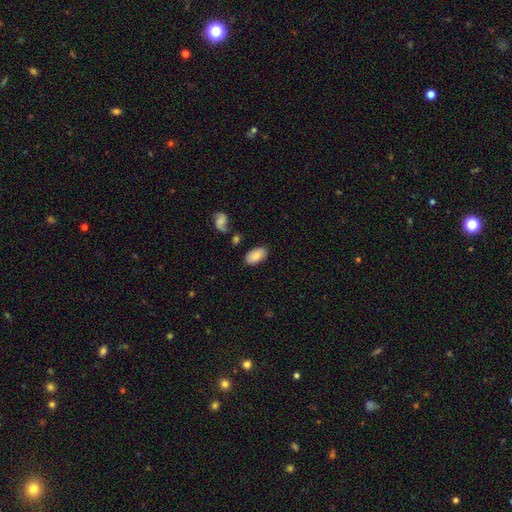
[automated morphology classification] The model was most divided on "merging": none: 80%, minor disturbance: 12%, merger: 4%, major disturbance: 4%. More confident: how rounded — in between (94%); smooth or featured — smooth (83%).